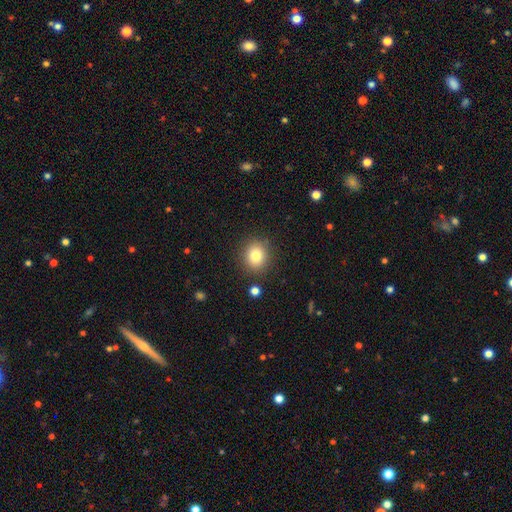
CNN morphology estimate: Smooth or featured? Predicted: smooth (p=0.81). How rounded? Predicted: round (p=0.79). Merging? Predicted: none (p=0.87).